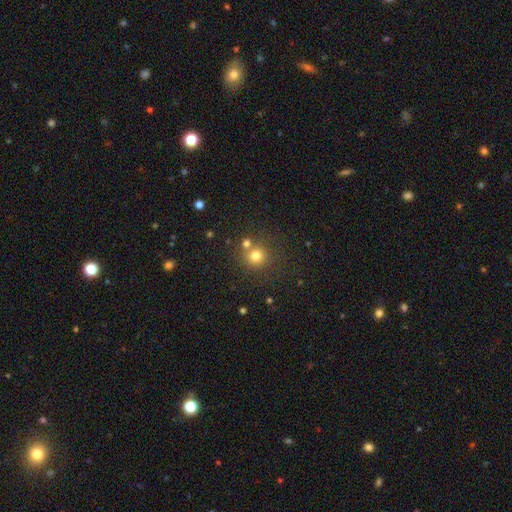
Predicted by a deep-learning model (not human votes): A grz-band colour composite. It shows a smooth galaxy with no disk features (77%) that is round (92%). Merging: none (70%).